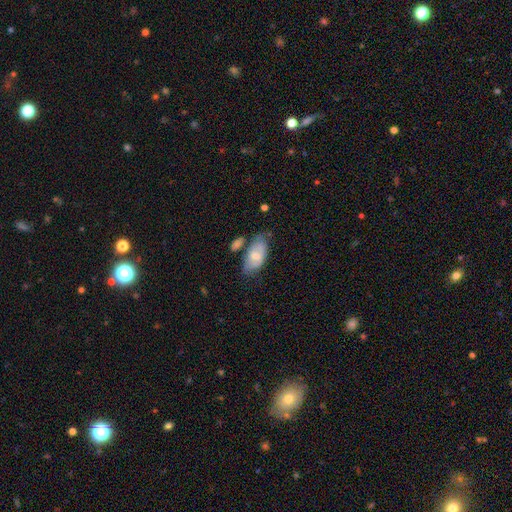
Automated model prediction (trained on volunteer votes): This appears to be a smooth galaxy with no disk features (63%) that is in between round and cigar-shaped (92%). Merging: none (52%).